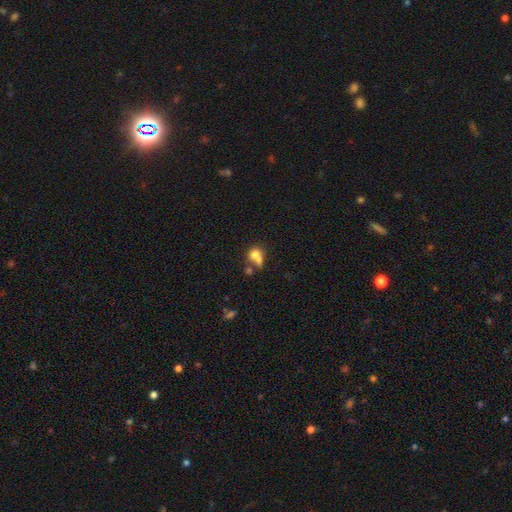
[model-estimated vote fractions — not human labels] smooth_or_featured: smooth (p=0.71) [alt: featured or disk p=0.17]
how_rounded: round (p=0.60) [alt: in between p=0.38]
merging: merger (p=0.55) [alt: none p=0.26]